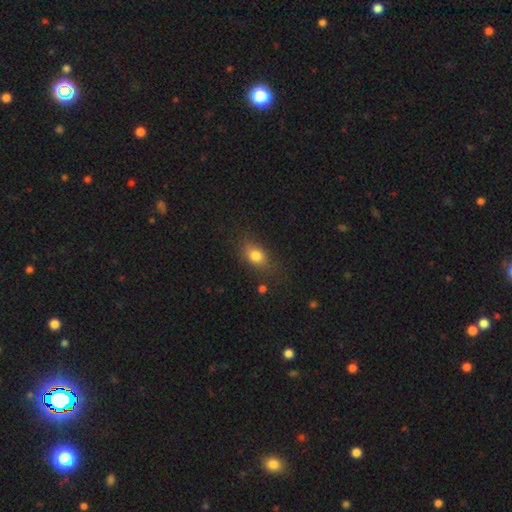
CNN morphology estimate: Smooth or featured?
  - smooth: 80% *
  - star or artifact: 11%
  - featured or disk: 9%
How rounded?
  - in between: 70% *
  - round: 26%
  - cigar-shaped: 4%
Merging?
  - none: 70% *
  - minor disturbance: 20%
  - major disturbance: 7%
  - merger: 3%